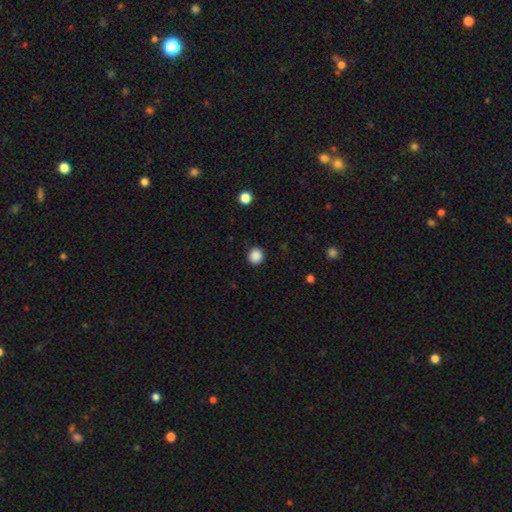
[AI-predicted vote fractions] smooth-or-featured: smooth: 88% | star or artifact: 10% | featured or disk: 2%
  how-rounded: round: 90% | in between: 9% | cigar-shaped: 1%
  merging: none: 91% | minor disturbance: 6% | major disturbance: 2% | merger: 1%